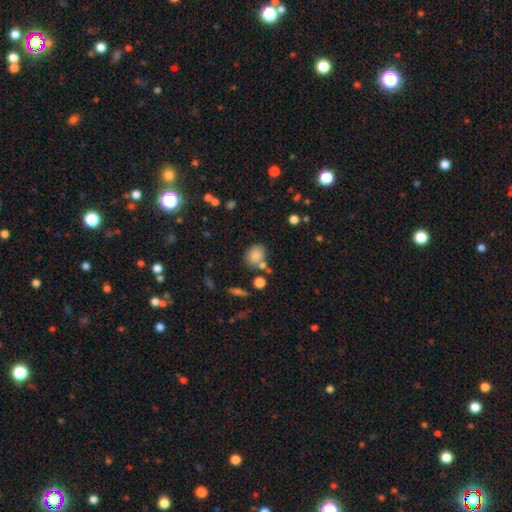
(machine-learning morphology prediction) smooth_or_featured: smooth (p=0.83) [alt: star or artifact p=0.10]
how_rounded: round (p=0.64) [alt: in between p=0.35]
merging: none (p=0.67) [alt: minor disturbance p=0.15]